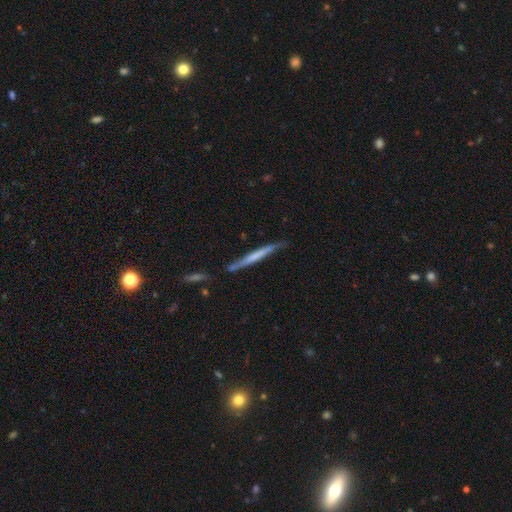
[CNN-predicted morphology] Smooth or featured? Predicted: featured or disk (p=0.50). Merging? Predicted: none (p=0.75).